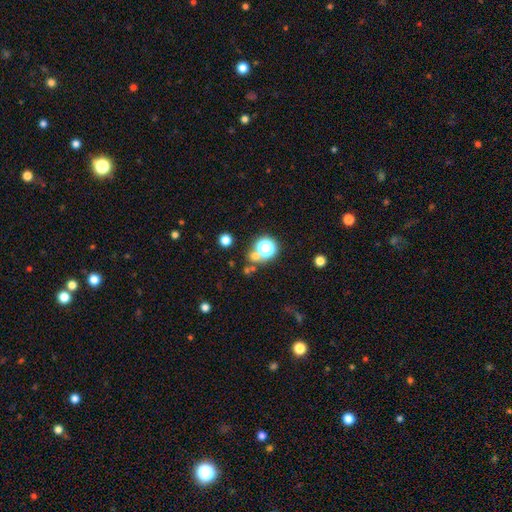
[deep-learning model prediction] A smooth galaxy with no disk features (50%). Merging: none (65%).